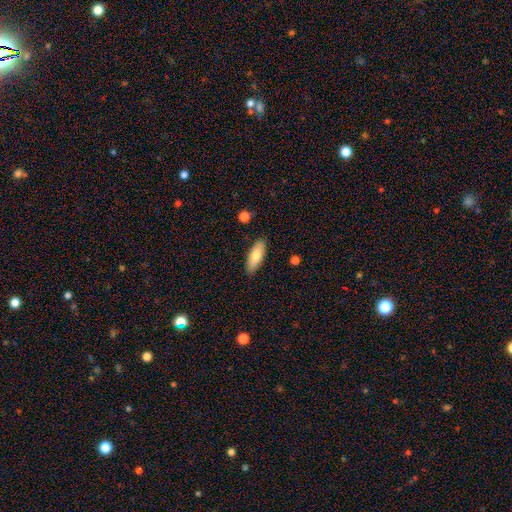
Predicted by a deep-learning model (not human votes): Smooth or featured? smooth (76%)
How rounded? in between (72%)
Merging? none (88%)